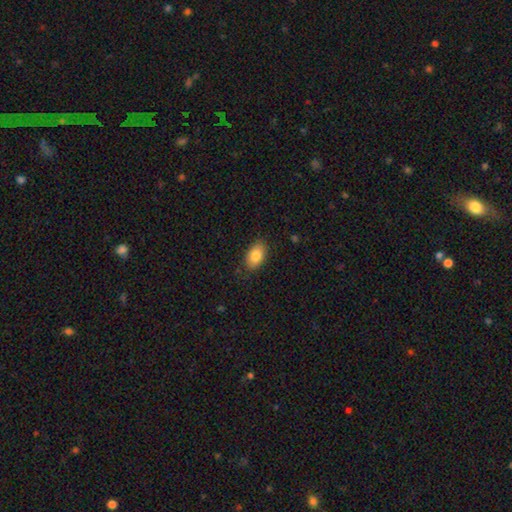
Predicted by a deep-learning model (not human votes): smooth 84%, featured or disk 9%, star or artifact 7%. Down the decision tree: how rounded — in between (92%); merging — none (84%).